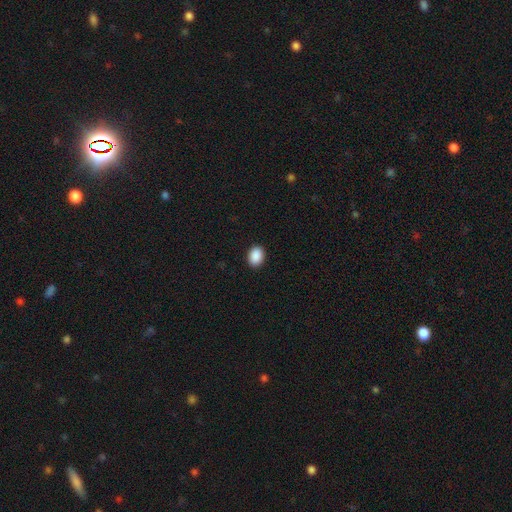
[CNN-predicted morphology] smooth-or-featured: smooth: 90% | star or artifact: 7% | featured or disk: 2%
  how-rounded: in between: 72% | round: 27% | cigar-shaped: 1%
  merging: none: 91% | minor disturbance: 6% | major disturbance: 2% | merger: 1%